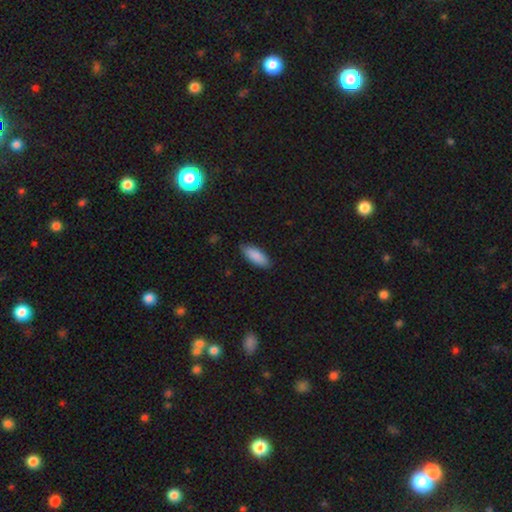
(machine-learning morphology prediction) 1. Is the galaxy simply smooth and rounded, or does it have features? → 89% smooth, 6% star or artifact, 5% featured or disk.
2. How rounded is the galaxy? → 78% in between, 20% cigar-shaped, 2% round.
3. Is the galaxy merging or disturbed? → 85% none, 12% minor disturbance, 2% major disturbance, 1% merger.